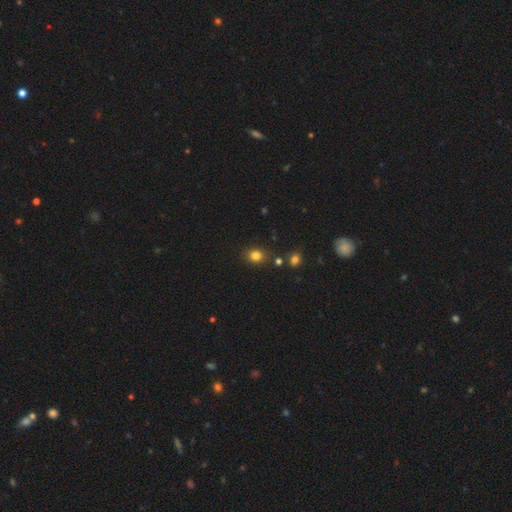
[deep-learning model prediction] Smooth or featured: smooth — 81% (star or artifact — 13%)
How rounded: round — 62% (in between — 37%)
Merging: none — 81% (minor disturbance — 11%)